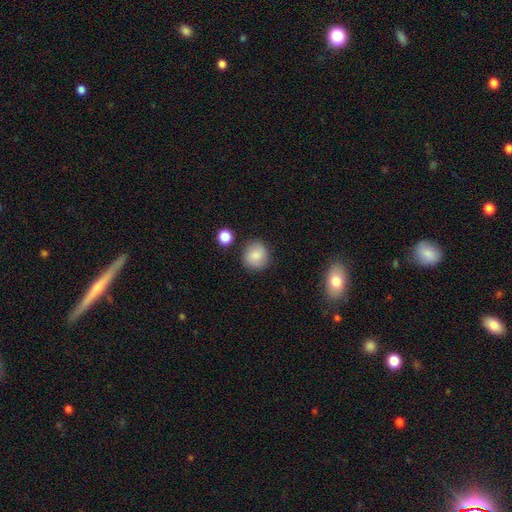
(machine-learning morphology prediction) Smooth or featured? smooth (84%)
How rounded? round (88%)
Merging? none (83%)